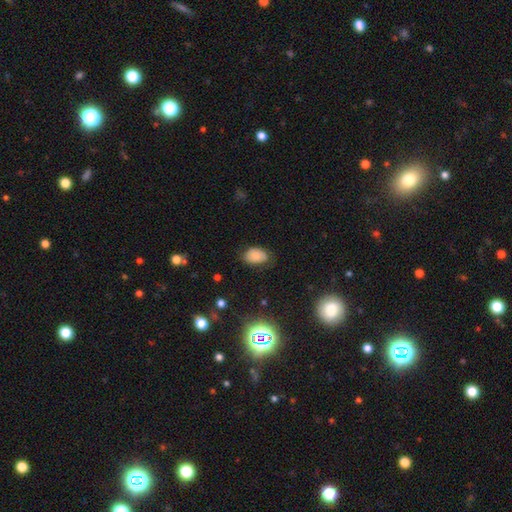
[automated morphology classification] Overall: smooth (75%). How rounded: in between (87%). Merging: none (68%).